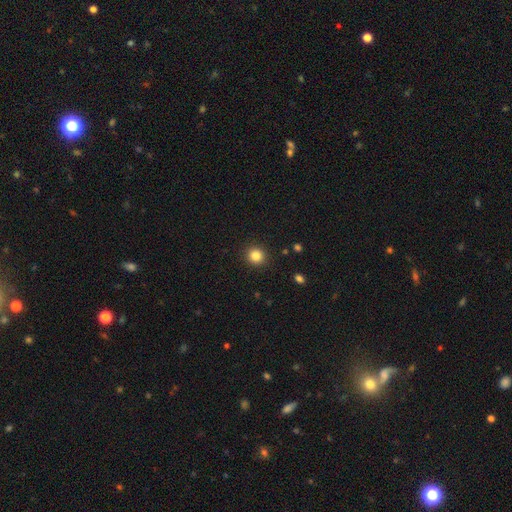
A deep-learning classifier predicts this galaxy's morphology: Smooth or featured: smooth — 84% (star or artifact — 11%)
How rounded: round — 90% (in between — 9%)
Merging: none — 92% (minor disturbance — 5%)